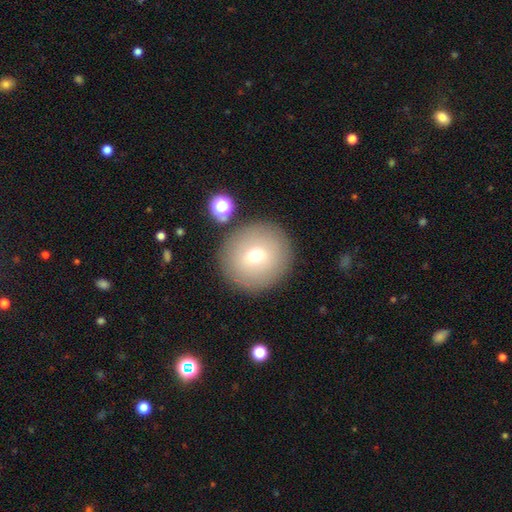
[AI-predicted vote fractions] smooth_or_featured: smooth (p=0.71) [alt: featured or disk p=0.19]
how_rounded: round (p=0.93) [alt: in between p=0.06]
merging: none (p=0.85) [alt: minor disturbance p=0.08]